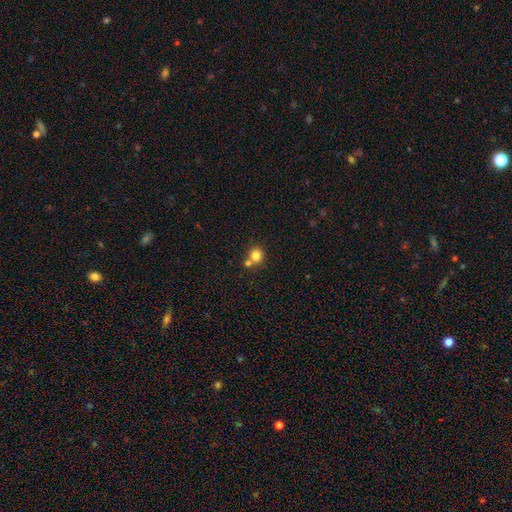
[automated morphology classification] Q: Smooth or featured?
A: smooth (81%); runner-up: star or artifact (12%)
Q: How rounded?
A: round (89%); runner-up: in between (10%)
Q: Merging?
A: none (57%); runner-up: merger (33%)